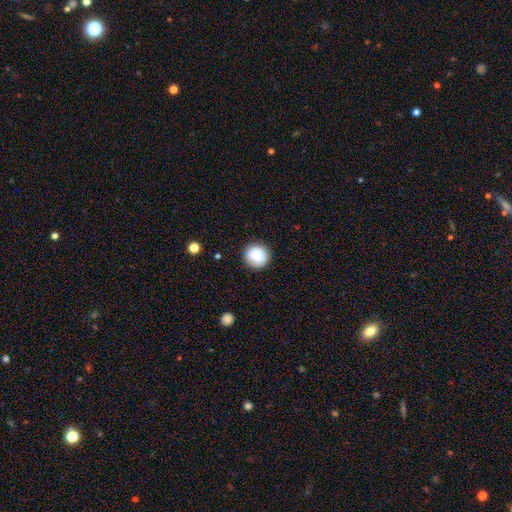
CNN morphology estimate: The model was most divided on "smooth or featured": smooth: 81%, featured or disk: 10%, star or artifact: 9%. More confident: how rounded — round (95%); merging — none (90%).